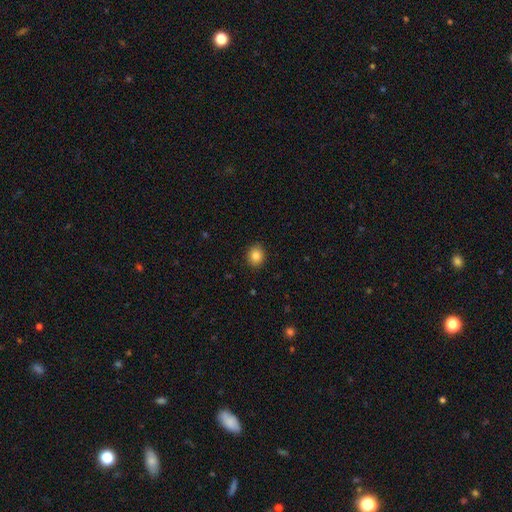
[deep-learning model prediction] A smooth galaxy with no disk features (85%) that is round (74%). Merging: none (91%).